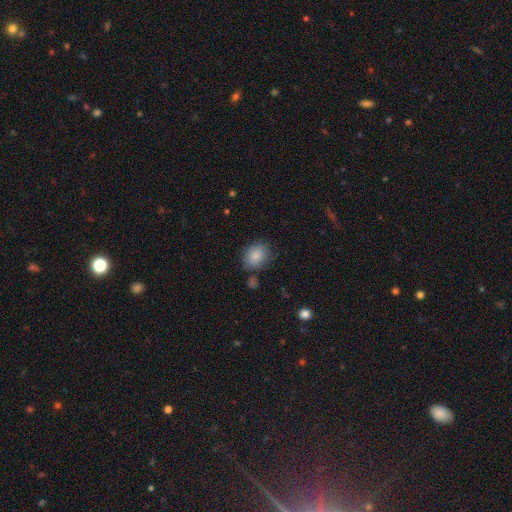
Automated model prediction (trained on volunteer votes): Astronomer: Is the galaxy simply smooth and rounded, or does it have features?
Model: smooth — 84%.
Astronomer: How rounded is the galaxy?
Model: round — 61% (runner-up: in between, 38%).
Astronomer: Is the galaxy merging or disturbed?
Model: none — 70%.